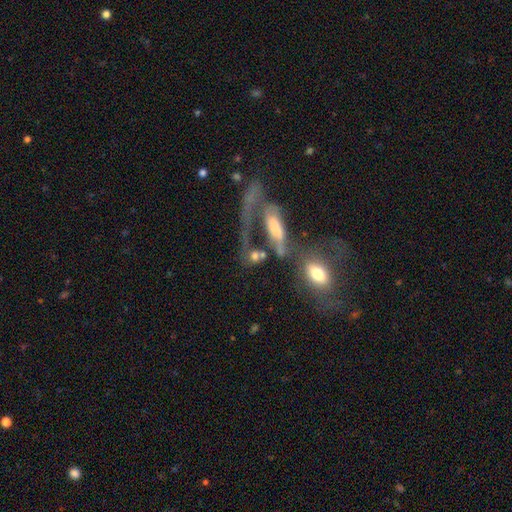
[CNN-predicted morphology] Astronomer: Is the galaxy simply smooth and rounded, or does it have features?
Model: smooth — 52% (runner-up: featured or disk, 34%).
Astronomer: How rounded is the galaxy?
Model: in between — 59%.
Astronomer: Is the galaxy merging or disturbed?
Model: merger — 37% (runner-up: none, 28%).